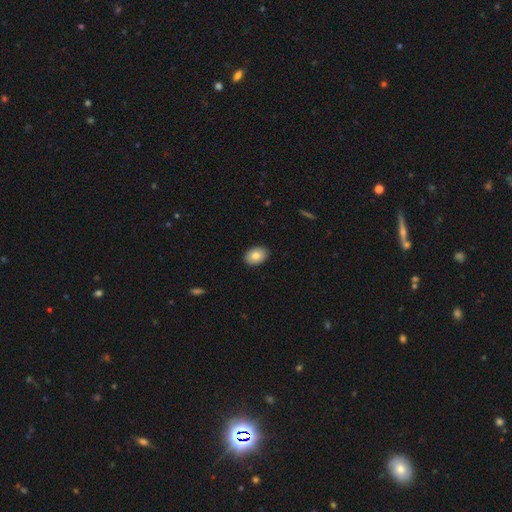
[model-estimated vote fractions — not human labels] Smooth or featured?
  - smooth: 82% *
  - featured or disk: 11%
  - star or artifact: 7%
How rounded?
  - in between: 81% *
  - round: 18%
  - cigar-shaped: 1%
Merging?
  - none: 90% *
  - minor disturbance: 7%
  - major disturbance: 2%
  - merger: 1%